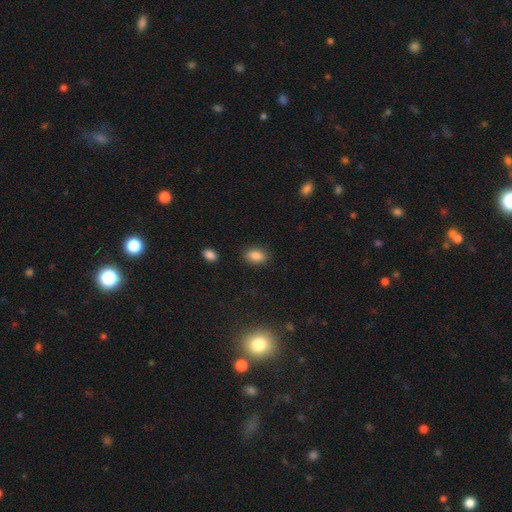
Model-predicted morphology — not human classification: Overall: smooth (86%). How rounded: in between (86%). Merging: none (87%).